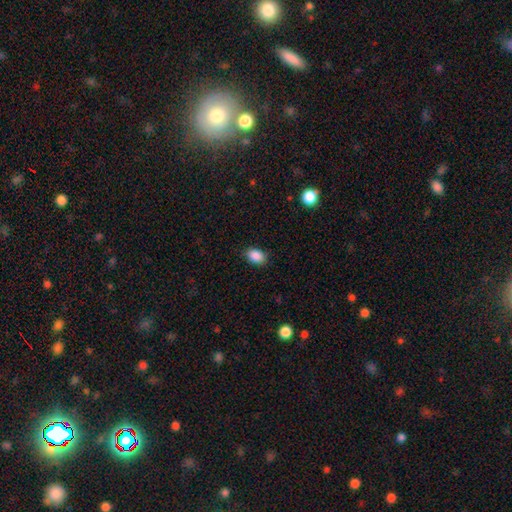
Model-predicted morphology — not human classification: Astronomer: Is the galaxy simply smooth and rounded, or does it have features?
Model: smooth — 89%.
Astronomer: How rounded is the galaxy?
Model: in between — 79%.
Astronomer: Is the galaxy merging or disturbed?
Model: none — 85%.